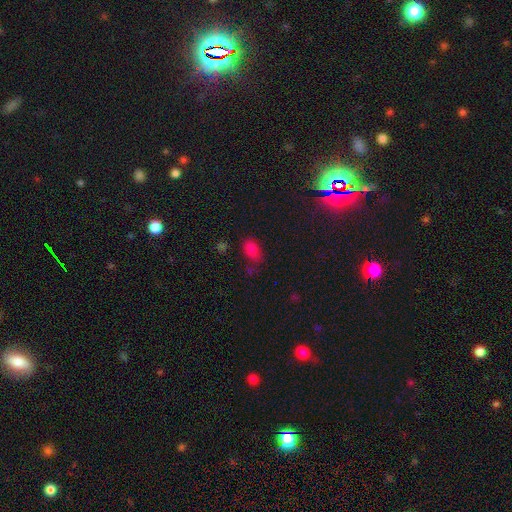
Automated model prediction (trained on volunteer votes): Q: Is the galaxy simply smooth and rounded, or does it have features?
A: smooth — 67%.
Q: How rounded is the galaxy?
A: in between — 86%.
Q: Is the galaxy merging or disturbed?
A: none — 65%.